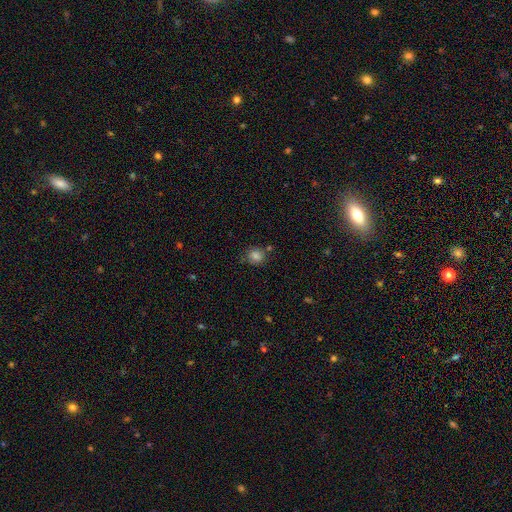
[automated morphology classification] Smooth or featured: smooth — 82% (star or artifact — 11%)
How rounded: round — 82% (in between — 17%)
Merging: none — 74% (minor disturbance — 15%)